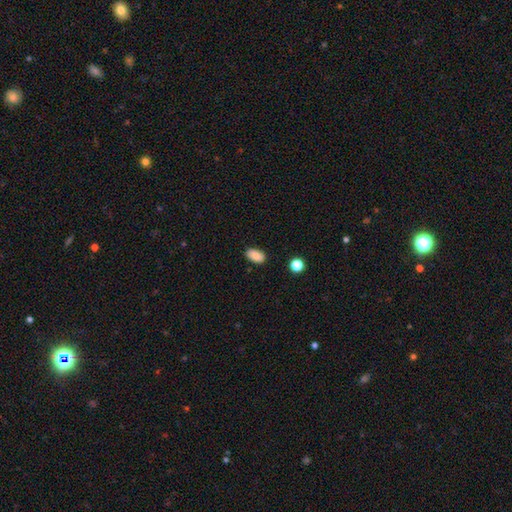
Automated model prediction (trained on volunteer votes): The model was most divided on "merging": none: 85%, minor disturbance: 12%, major disturbance: 2%, merger: 2%. More confident: how rounded — in between (92%); smooth or featured — smooth (86%).